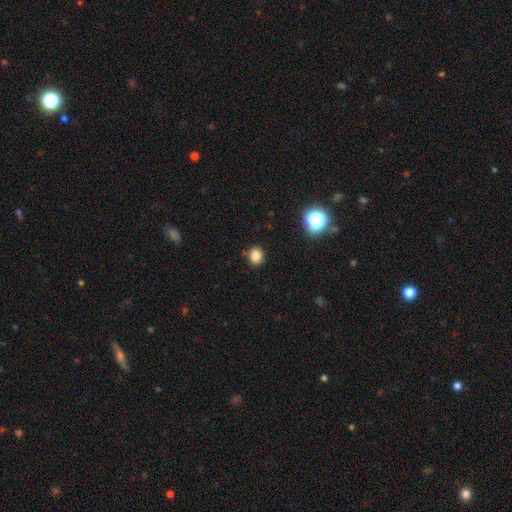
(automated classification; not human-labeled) Overall: smooth (83%). How rounded: round (75%). Merging: none (84%).